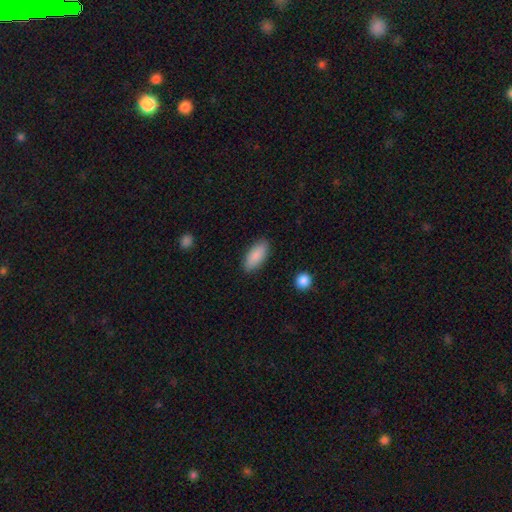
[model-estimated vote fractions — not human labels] This appears to be a smooth galaxy with no disk features (88%) that is in between round and cigar-shaped (84%). Merging: none (87%).